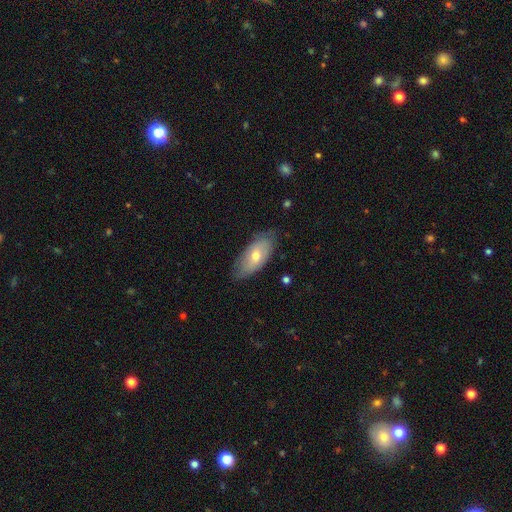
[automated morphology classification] Smooth or featured? smooth (60%)
How rounded? in between (88%)
Merging? none (76%)